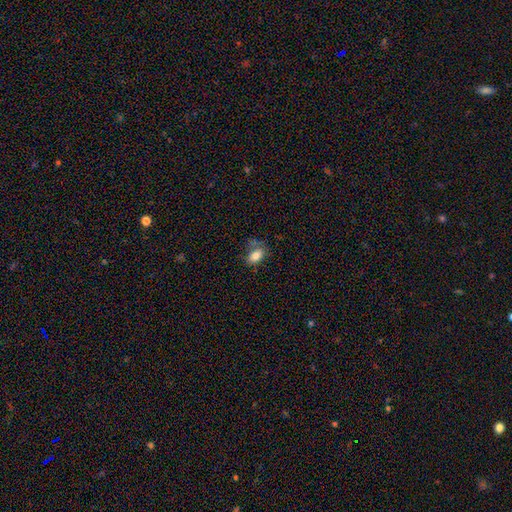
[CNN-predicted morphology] Q: Smooth or featured?
A: smooth (80%); runner-up: featured or disk (12%)
Q: How rounded?
A: in between (87%); runner-up: round (11%)
Q: Merging?
A: none (52%); runner-up: minor disturbance (28%)